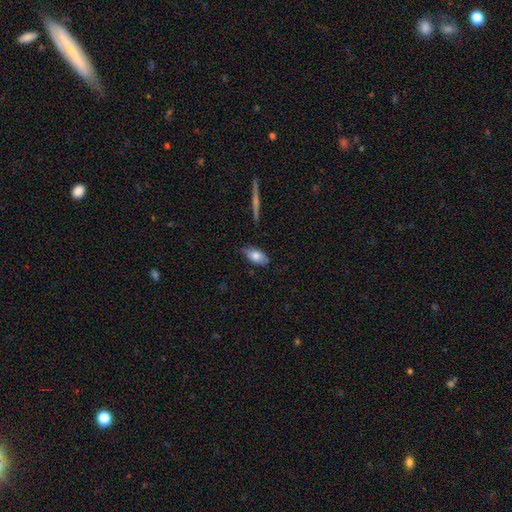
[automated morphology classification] This appears to be a smooth galaxy with no disk features (75%) that is in between round and cigar-shaped (88%). Merging: none (73%).